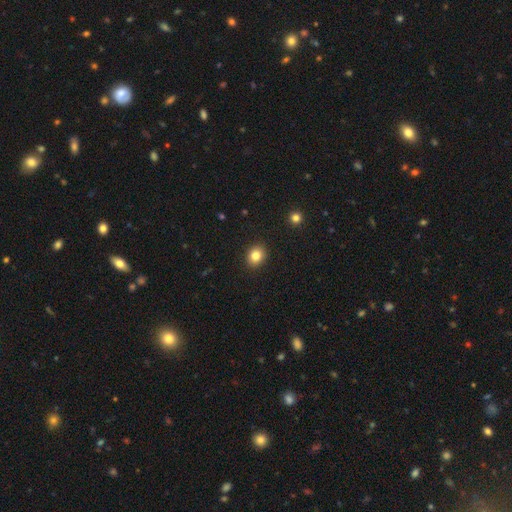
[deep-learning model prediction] smooth_or_featured: smooth (p=0.83) [alt: star or artifact p=0.11]
how_rounded: round (p=0.62) [alt: in between p=0.37]
merging: none (p=0.91) [alt: minor disturbance p=0.06]